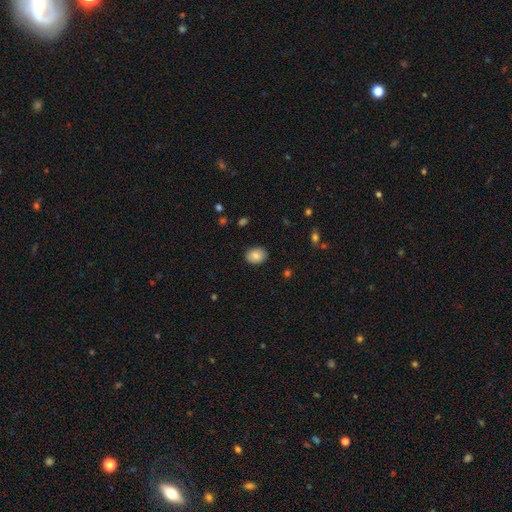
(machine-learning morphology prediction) A smooth galaxy with no disk features (85%) that is in between round and cigar-shaped (62%).

Vote fractions:
- Smooth or featured? smooth: 85% / star or artifact: 8% / featured or disk: 7%
- How rounded? in between: 62% / round: 37% / cigar-shaped: 1%
- Merging? none: 88% / minor disturbance: 9% / major disturbance: 2% / merger: 1%